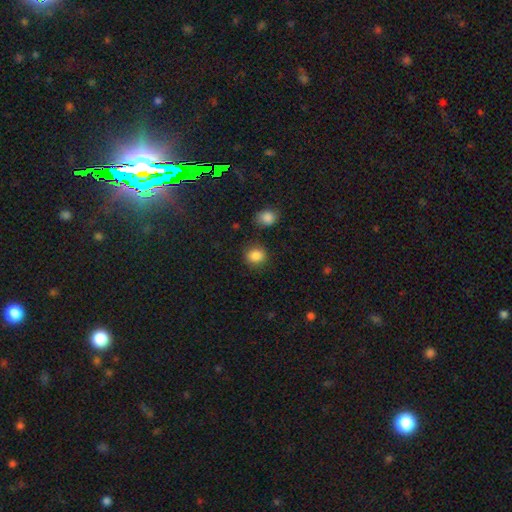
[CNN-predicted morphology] A smooth galaxy with no disk features (86%) that is round (79%).

Vote fractions:
- Smooth or featured? smooth: 86% / star or artifact: 10% / featured or disk: 4%
- How rounded? round: 79% / in between: 20% / cigar-shaped: 1%
- Merging? none: 84% / minor disturbance: 10% / merger: 3% / major disturbance: 3%